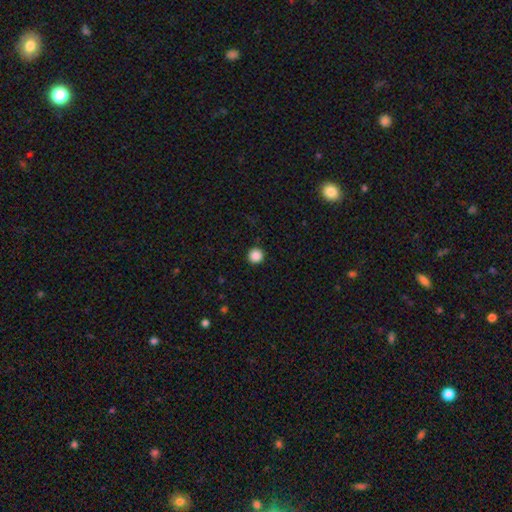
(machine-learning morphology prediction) This appears to be a smooth galaxy with no disk features (88%) that is round (96%). Merging: none (93%).